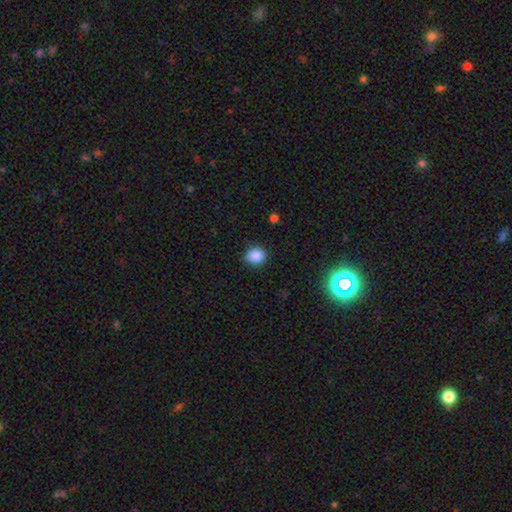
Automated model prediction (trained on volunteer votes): A smooth galaxy with no disk features (87%) that is round (67%). Merging: none (85%).